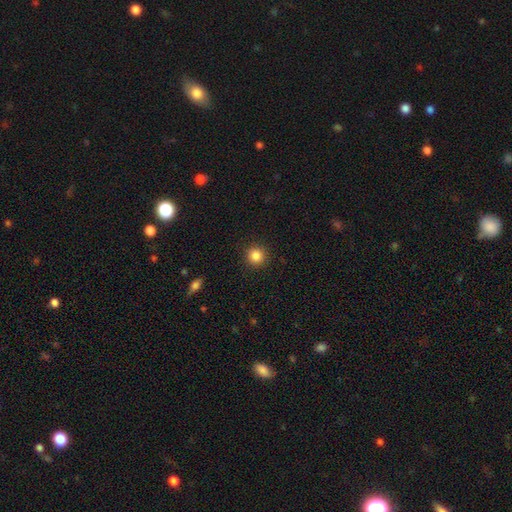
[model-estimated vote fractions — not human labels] Smooth or featured? smooth (85%)
How rounded? round (94%)
Merging? none (92%)